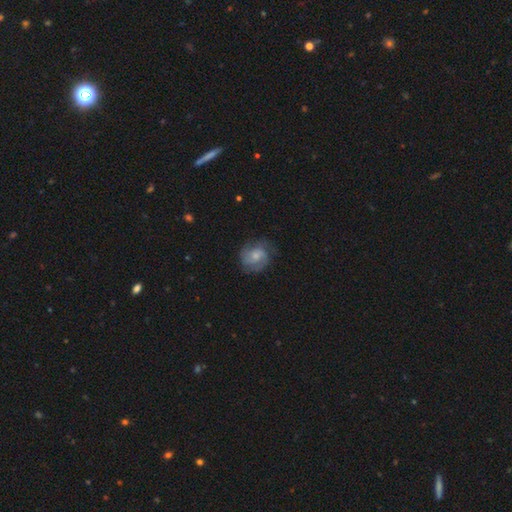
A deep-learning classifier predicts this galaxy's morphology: smooth-or-featured: featured or disk: 55% | smooth: 38% | star or artifact: 7%
  disk-edge-on: no: 98% | yes: 2%
    bar: no: 67% | weak: 29% | strong: 4%
    has-spiral-arms: yes: 86% | no: 14%
    bulge-size: small: 48% | moderate: 40% | none: 7% | large: 4% | dominant: 1%
  merging: none: 66% | minor disturbance: 22% | major disturbance: 10% | merger: 1%